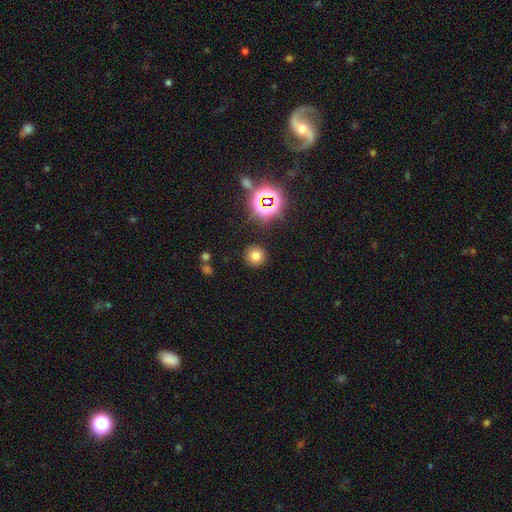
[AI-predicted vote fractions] smooth 72%, star or artifact 20%, featured or disk 7%. Down the decision tree: how rounded — round (93%); merging — none (88%).